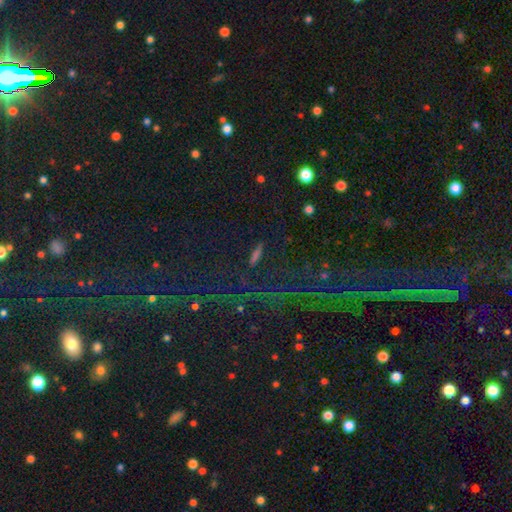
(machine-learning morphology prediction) smooth-or-featured: star or artifact: 41% | smooth: 39% | featured or disk: 20%